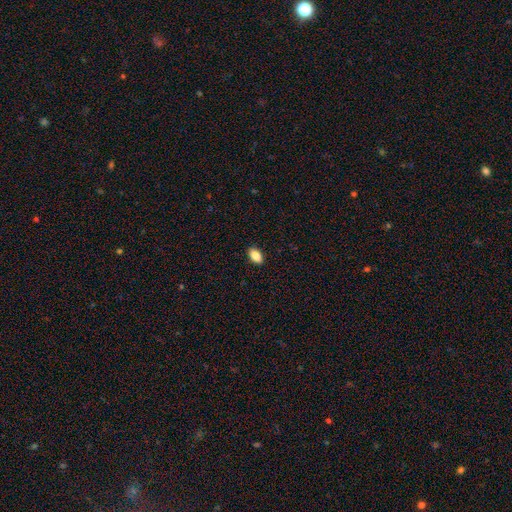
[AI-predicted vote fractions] Smooth or featured?
  - smooth: 87% *
  - star or artifact: 8%
  - featured or disk: 5%
How rounded?
  - in between: 92% *
  - round: 6%
  - cigar-shaped: 2%
Merging?
  - none: 90% *
  - minor disturbance: 7%
  - major disturbance: 2%
  - merger: 1%